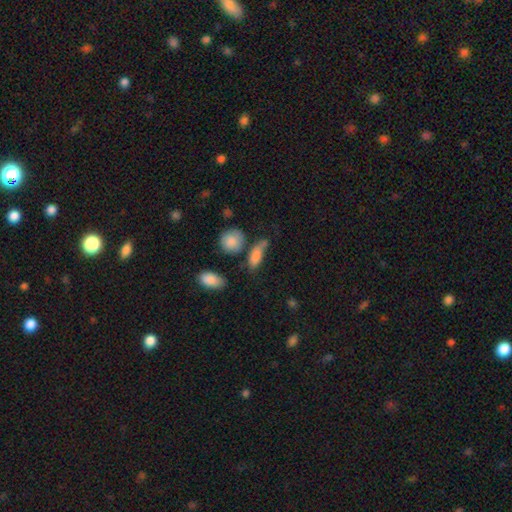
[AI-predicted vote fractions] A smooth galaxy with no disk features (79%) that is in between round and cigar-shaped (66%). Merging: none (42%).